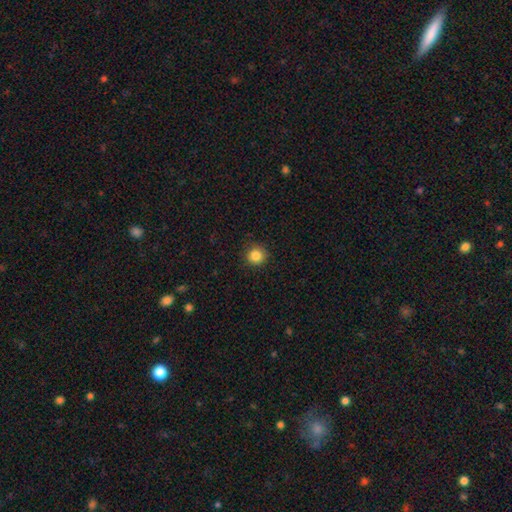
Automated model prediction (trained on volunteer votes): Q: Smooth or featured?
A: smooth (85%); runner-up: star or artifact (11%)
Q: How rounded?
A: round (94%); runner-up: in between (5%)
Q: Merging?
A: none (90%); runner-up: minor disturbance (7%)